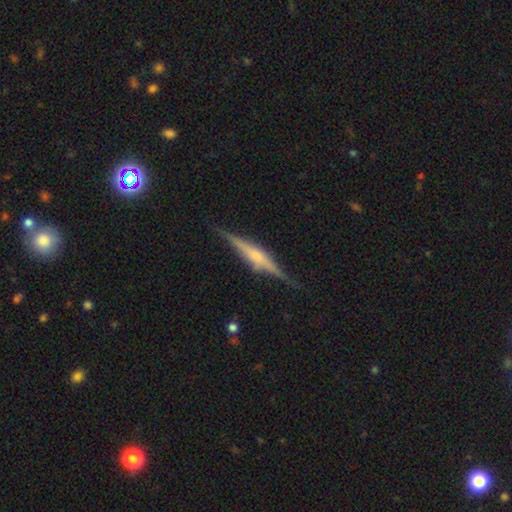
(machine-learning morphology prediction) The model was most divided on "edge-on bulge": rounded: 63%, boxy: 26%, none: 11%. More confident: edge-on disk — yes (98%); merging — none (86%); smooth or featured — featured or disk (78%).